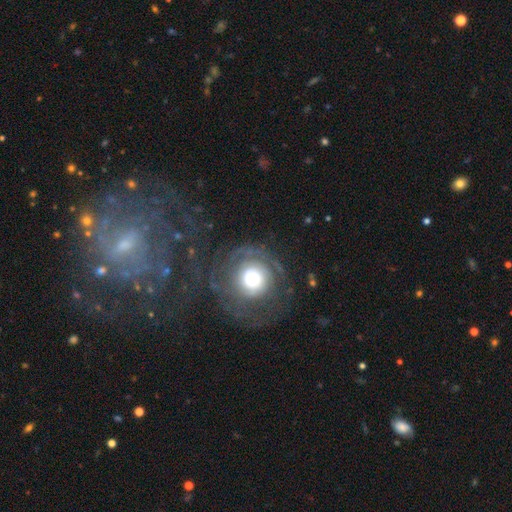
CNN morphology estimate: Smooth or featured? Predicted: featured or disk (p=0.47). Merging? Predicted: none (p=0.67).